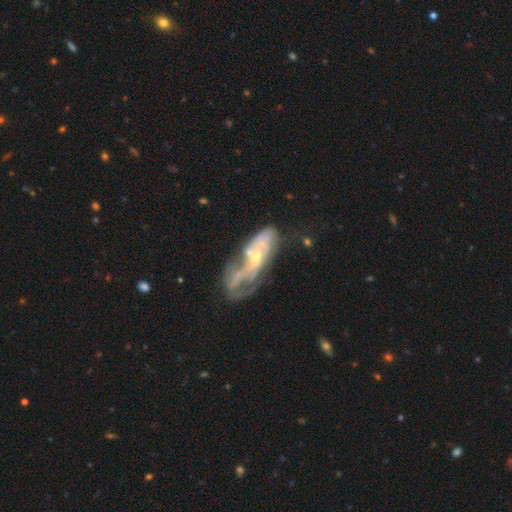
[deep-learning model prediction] This is likely a featured or disk galaxy (67%). It is clearly not viewed edge-on (90%). Bar: likely no (73%). Spiral arm pattern: possibly no (52%). Central bulge: possibly small (50%). Merging: marginally major disturbance (35%).